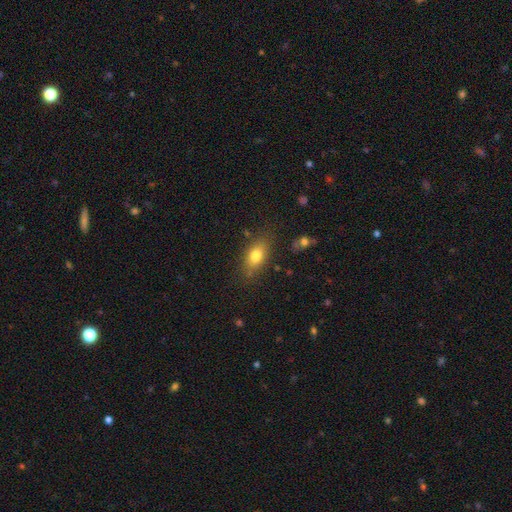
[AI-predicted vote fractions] Smooth or featured? smooth (78%)
How rounded? in between (83%)
Merging? none (78%)